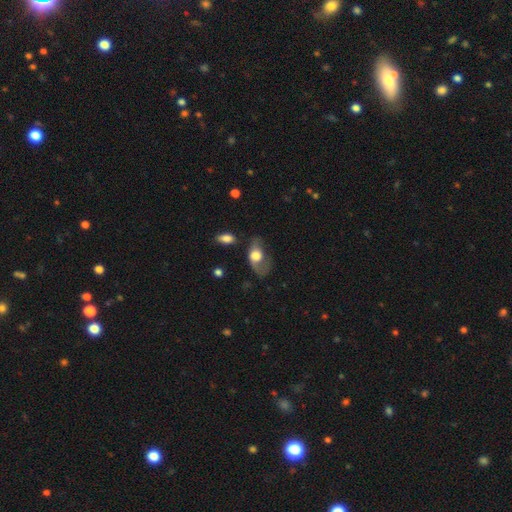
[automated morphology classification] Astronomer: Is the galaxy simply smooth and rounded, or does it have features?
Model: smooth — 56% (runner-up: featured or disk, 37%).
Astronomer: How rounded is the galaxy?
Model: in between — 81%.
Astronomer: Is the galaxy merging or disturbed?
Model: major disturbance — 37% (runner-up: none, 32%).